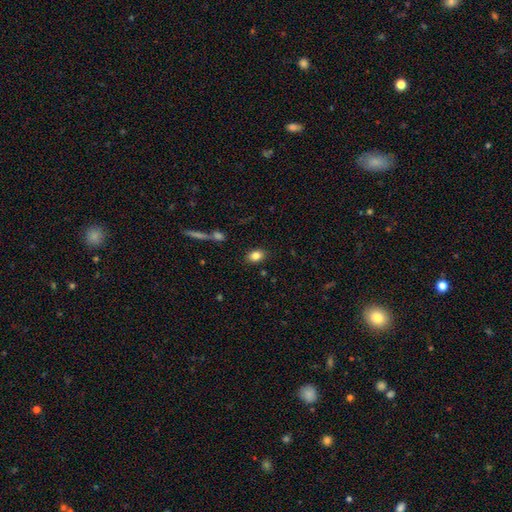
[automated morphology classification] A smooth galaxy with no disk features (83%) that is in between round and cigar-shaped (79%). Merging: none (85%).